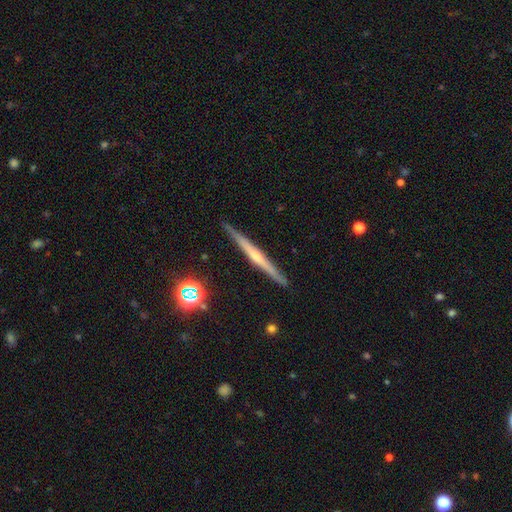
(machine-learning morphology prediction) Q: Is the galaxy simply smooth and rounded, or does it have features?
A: featured or disk — 70%.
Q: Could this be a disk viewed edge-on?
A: yes — 98%.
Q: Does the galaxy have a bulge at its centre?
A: rounded — 58%.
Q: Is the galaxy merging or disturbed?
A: none — 91%.